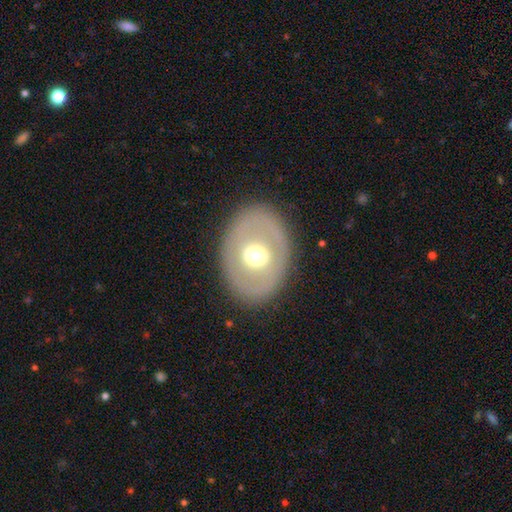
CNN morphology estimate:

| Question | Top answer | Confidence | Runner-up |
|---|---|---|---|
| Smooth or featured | featured or disk | 52% | smooth (41%) |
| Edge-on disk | no | 92% | yes (8%) |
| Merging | none | 84% | minor disturbance (10%) |